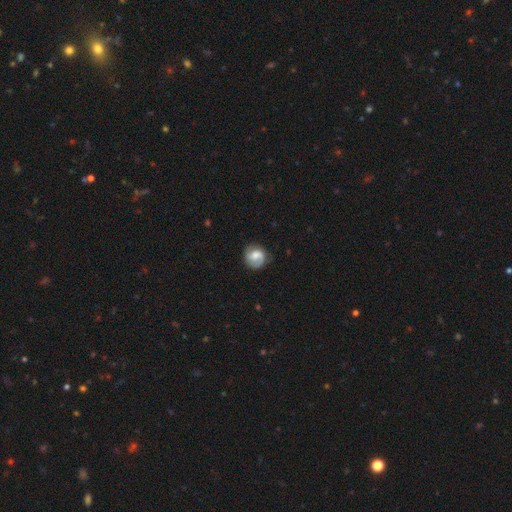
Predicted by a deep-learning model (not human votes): The model was most divided on "bar": weak: 46%, no: 42%, strong: 12%. Remaining: edge-on disk — no (97%); spiral arms — yes (88%); merging — none (75%); smooth or featured — featured or disk (57%); bulge size — moderate (48%).